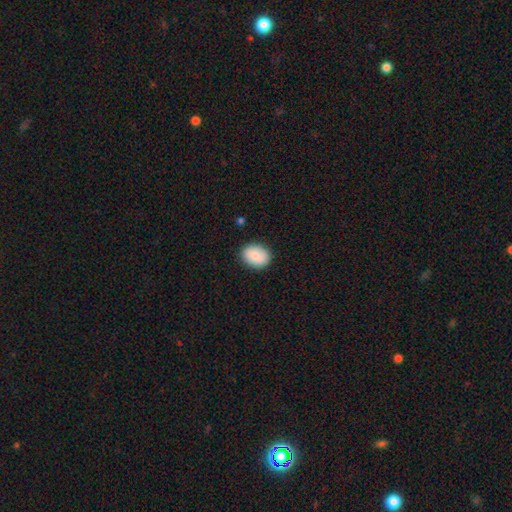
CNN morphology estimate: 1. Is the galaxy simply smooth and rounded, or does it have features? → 85% smooth, 8% featured or disk, 7% star or artifact.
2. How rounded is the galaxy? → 64% in between, 35% round, 1% cigar-shaped.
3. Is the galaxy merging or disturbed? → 87% none, 9% minor disturbance, 2% major disturbance, 1% merger.